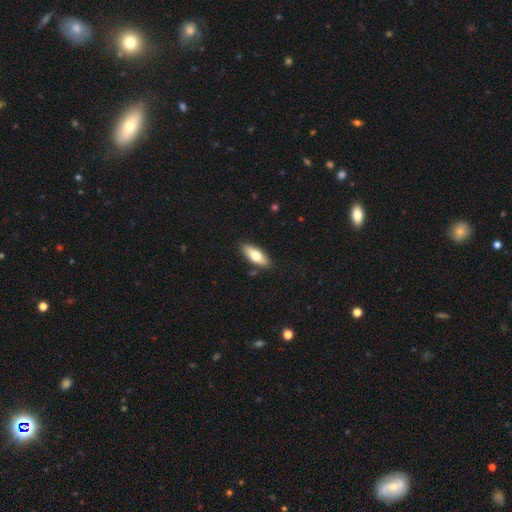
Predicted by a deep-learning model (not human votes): The model was most divided on "smooth or featured": smooth: 69%, featured or disk: 25%, star or artifact: 6%. More confident: merging — none (87%); how rounded — in between (72%).